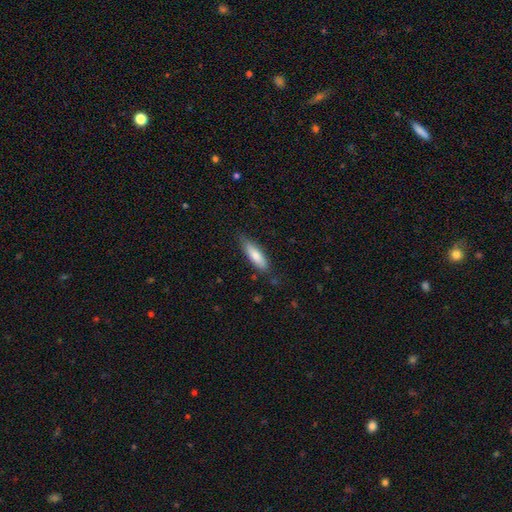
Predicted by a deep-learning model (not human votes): Overall: smooth (78%). How rounded: cigar-shaped (55%; in between 44%). Merging: none (76%).